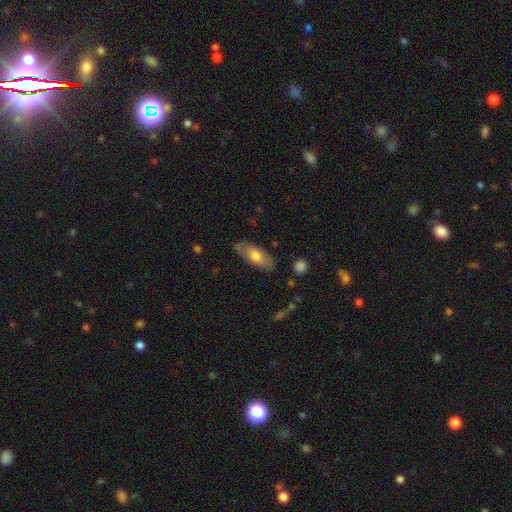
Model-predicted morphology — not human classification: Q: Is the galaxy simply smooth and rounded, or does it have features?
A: smooth — 63%.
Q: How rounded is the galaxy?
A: in between — 75%.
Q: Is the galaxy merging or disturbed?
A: none — 80%.